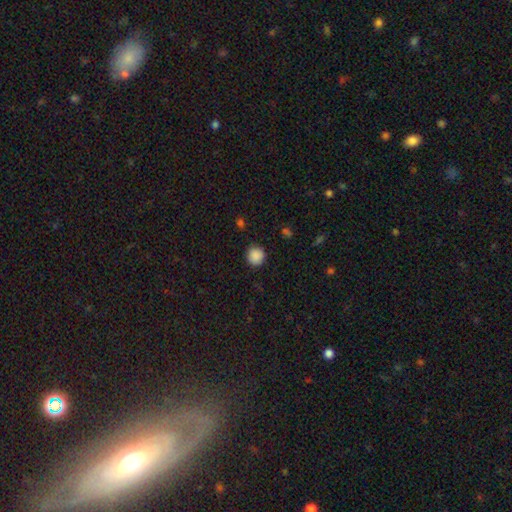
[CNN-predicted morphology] Smooth or featured?
  - smooth: 88% *
  - star or artifact: 9%
  - featured or disk: 2%
How rounded?
  - round: 93% *
  - in between: 7%
  - cigar-shaped: 1%
Merging?
  - none: 89% *
  - minor disturbance: 7%
  - major disturbance: 2%
  - merger: 1%